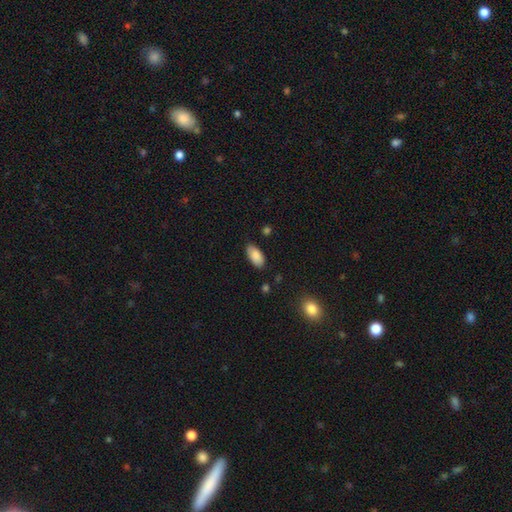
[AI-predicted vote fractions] Smooth or featured?
  - smooth: 88% *
  - star or artifact: 7%
  - featured or disk: 6%
How rounded?
  - in between: 93% *
  - cigar-shaped: 5%
  - round: 2%
Merging?
  - none: 83% *
  - minor disturbance: 13%
  - major disturbance: 2%
  - merger: 2%